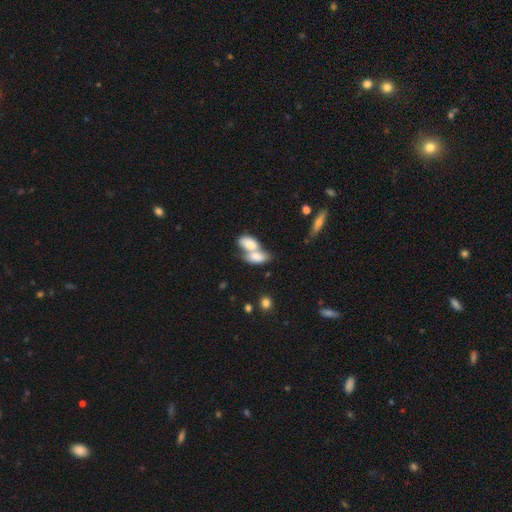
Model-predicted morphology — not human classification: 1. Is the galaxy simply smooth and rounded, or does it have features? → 75% smooth, 18% featured or disk, 7% star or artifact.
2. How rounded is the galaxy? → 87% in between, 7% cigar-shaped, 6% round.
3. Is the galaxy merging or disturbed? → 72% merger, 18% none, 6% minor disturbance, 4% major disturbance.